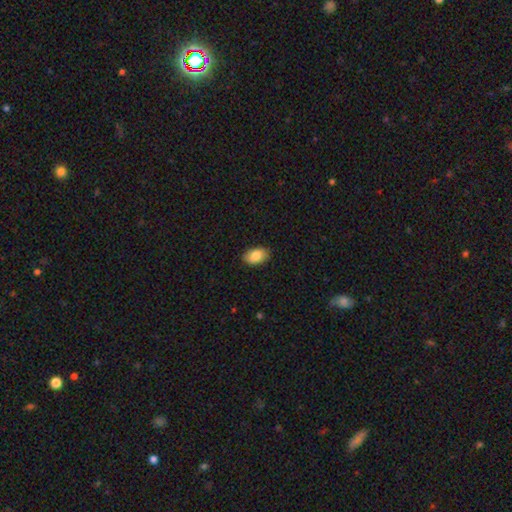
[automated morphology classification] Smooth or featured? Predicted: smooth (p=0.86). How rounded? Predicted: in between (p=0.91). Merging? Predicted: none (p=0.88).